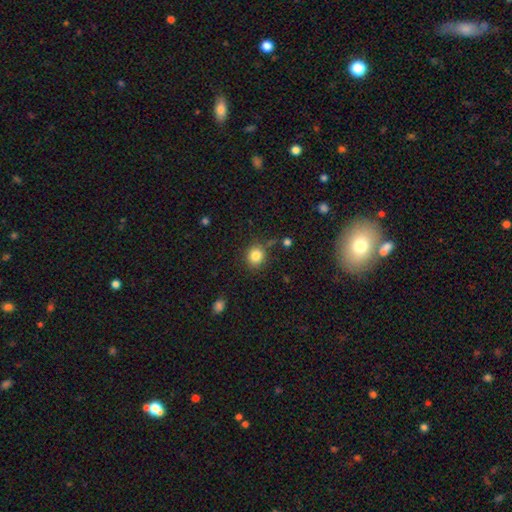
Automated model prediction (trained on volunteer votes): smooth-or-featured: smooth: 84% | star or artifact: 11% | featured or disk: 5%
  how-rounded: round: 83% | in between: 16% | cigar-shaped: 1%
  merging: none: 82% | minor disturbance: 11% | merger: 4% | major disturbance: 3%